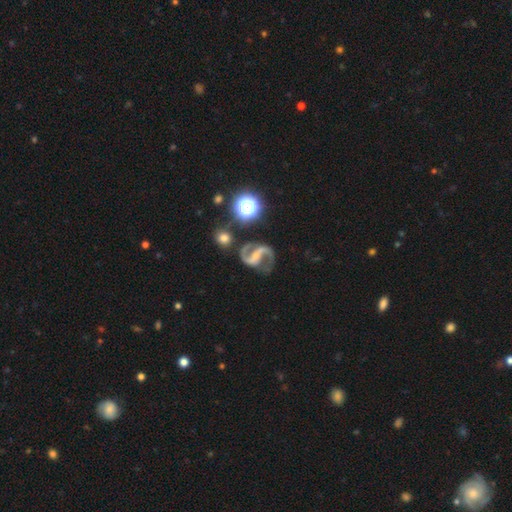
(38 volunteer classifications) Volunteers were most divided on "merging": none: 58%, minor disturbance: 33%, major disturbance: 8%, merger: 0%. More confident: spiral arm count — 2 (100%); edge-on disk — no (97%); spiral arms — yes (97%); smooth or featured — featured or disk (92%); bulge size — small (76%); spiral winding — medium (76%); bar — strong (65%).